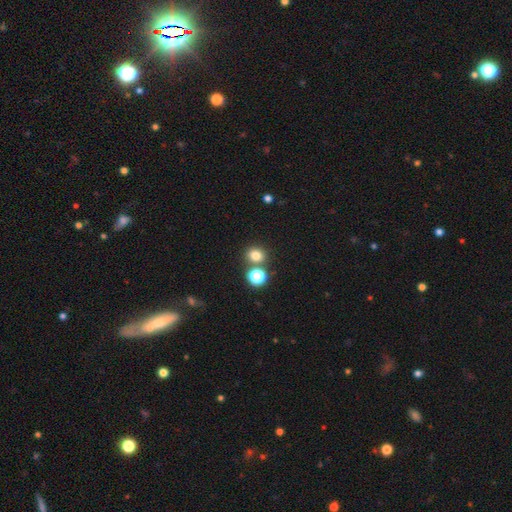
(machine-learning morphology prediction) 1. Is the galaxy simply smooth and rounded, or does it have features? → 77% smooth, 16% star or artifact, 6% featured or disk.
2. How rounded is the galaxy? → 75% round, 24% in between, 1% cigar-shaped.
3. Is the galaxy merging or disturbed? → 71% none, 18% merger, 8% minor disturbance, 3% major disturbance.